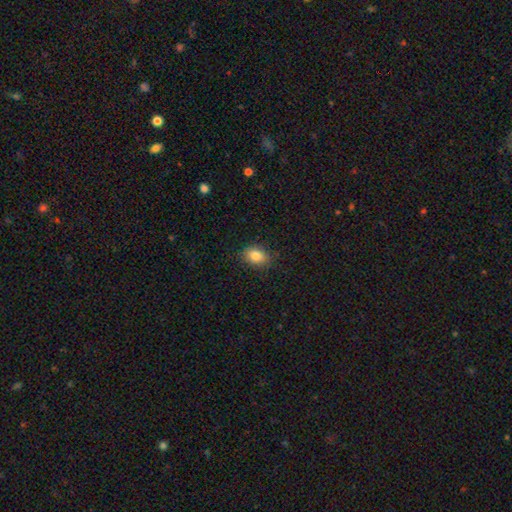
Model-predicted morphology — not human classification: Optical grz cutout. It shows a smooth galaxy with no disk features (86%) that is in between round and cigar-shaped (74%). Merging: none (85%).